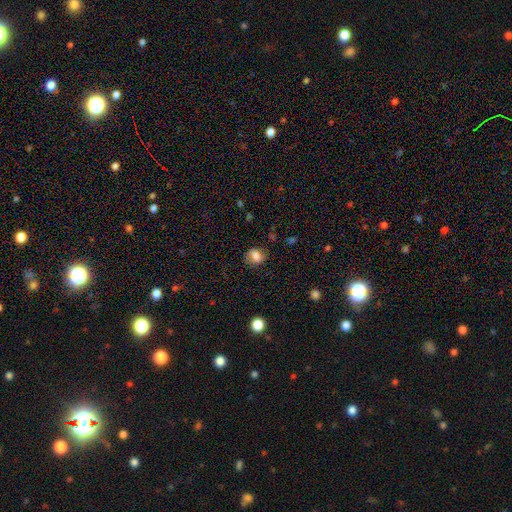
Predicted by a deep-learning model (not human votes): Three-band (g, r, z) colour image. It shows a smooth galaxy with no disk features (69%) that is round (56%). Merging: none (72%).